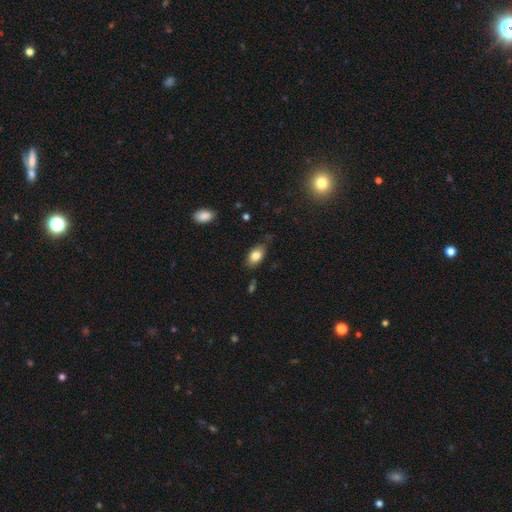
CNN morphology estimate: Smooth or featured? Predicted: smooth (p=0.80). How rounded? Predicted: in between (p=0.91). Merging? Predicted: none (p=0.76).